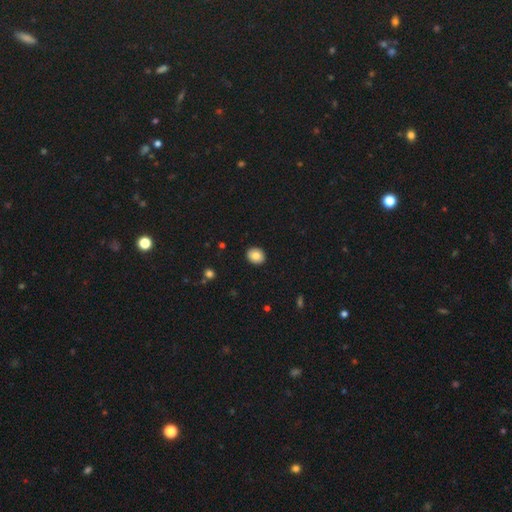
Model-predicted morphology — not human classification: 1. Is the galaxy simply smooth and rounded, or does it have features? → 82% smooth, 9% featured or disk, 8% star or artifact.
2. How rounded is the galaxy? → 60% round, 40% in between, 1% cigar-shaped.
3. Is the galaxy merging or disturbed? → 91% none, 6% minor disturbance, 2% major disturbance, 1% merger.